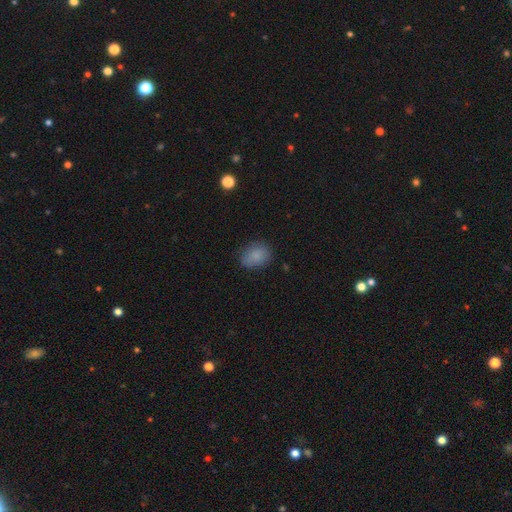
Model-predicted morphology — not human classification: type=smooth (85%); roundness=in between (68%); merging=none (75%).